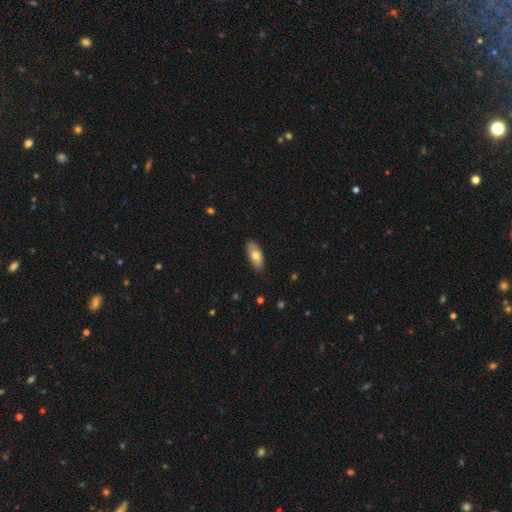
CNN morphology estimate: A smooth galaxy with no disk features (70%) that is in between round and cigar-shaped (88%). Merging: none (83%).